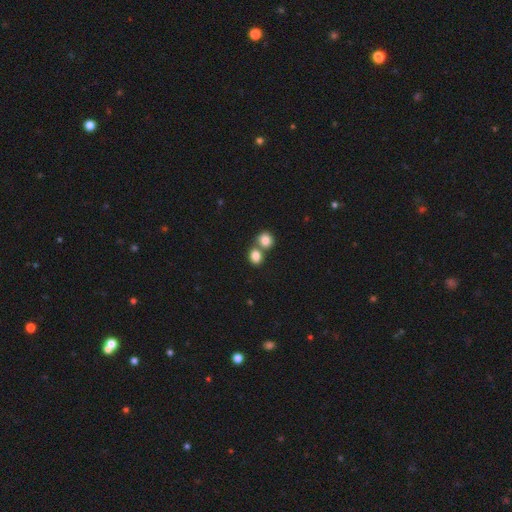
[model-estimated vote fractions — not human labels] Smooth or featured? smooth (83%)
How rounded? round (56%)
Merging? merger (50%)